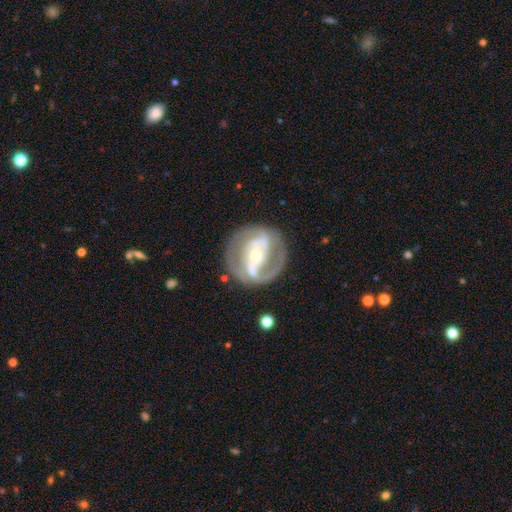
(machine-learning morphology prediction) This is clearly a featured or disk galaxy (83%). It is clearly not viewed edge-on (96%). Bar: possibly strong (47%). Spiral arm pattern: clearly yes (82%). Spiral arm count: likely 2 (77%). Spiral winding: marginally medium (43%). Central bulge: possibly small (56%). Merging: likely none (74%).